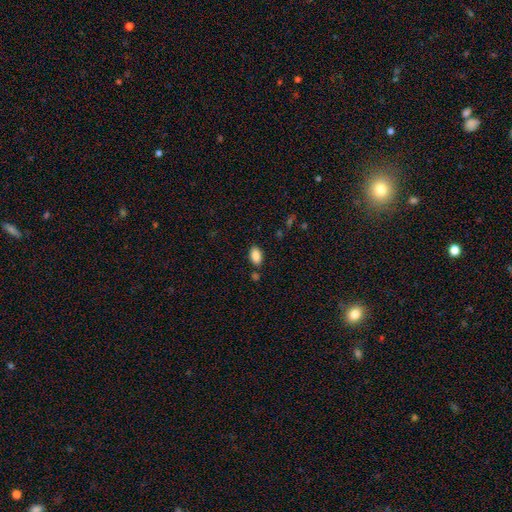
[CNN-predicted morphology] Q: Smooth or featured?
A: smooth (88%); runner-up: star or artifact (8%)
Q: How rounded?
A: in between (92%); runner-up: round (6%)
Q: Merging?
A: none (81%); runner-up: minor disturbance (11%)